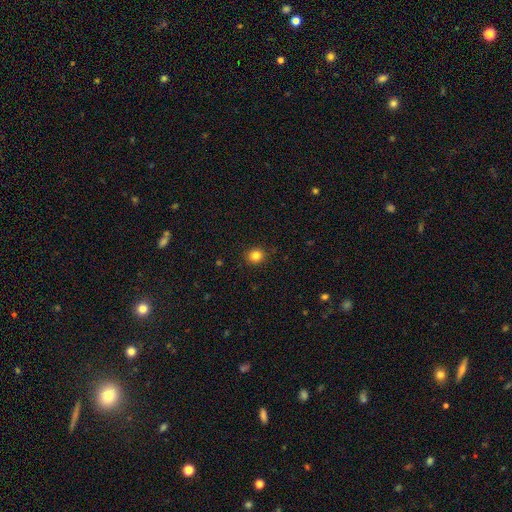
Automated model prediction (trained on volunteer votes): Smooth or featured? smooth (83%)
How rounded? round (83%)
Merging? none (91%)